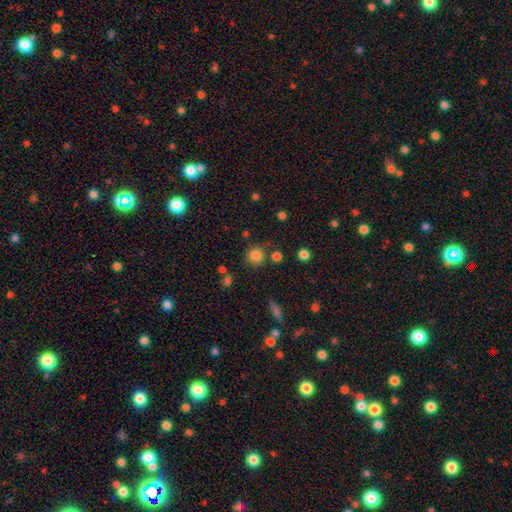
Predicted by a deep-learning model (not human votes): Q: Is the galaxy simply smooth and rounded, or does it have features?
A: smooth — 83%.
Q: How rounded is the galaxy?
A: round — 90%.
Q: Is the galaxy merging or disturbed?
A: none — 77%.